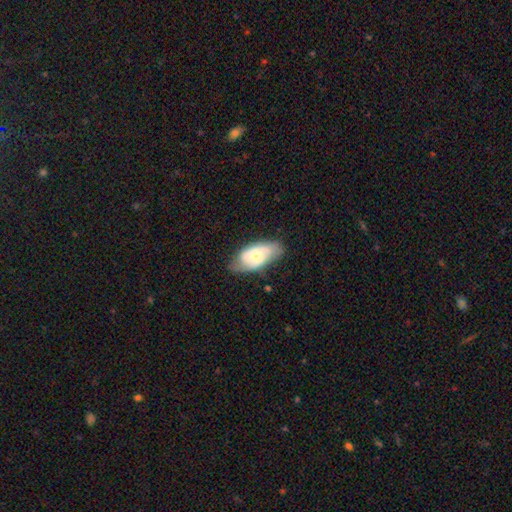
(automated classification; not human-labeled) Smooth or featured? Predicted: featured or disk (p=0.58). Edge-on disk? Predicted: no (p=0.93). Bar? Predicted: no (p=0.57). Spiral arms? Predicted: yes (p=0.78). Bulge size? Predicted: moderate (p=0.48). Merging? Predicted: none (p=0.65).